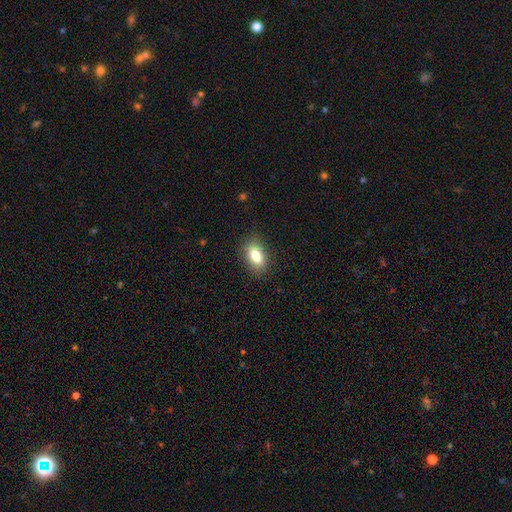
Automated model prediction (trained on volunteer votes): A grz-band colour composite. It shows a smooth galaxy with no disk features (79%) that is in between round and cigar-shaped (86%). Merging: none (86%).